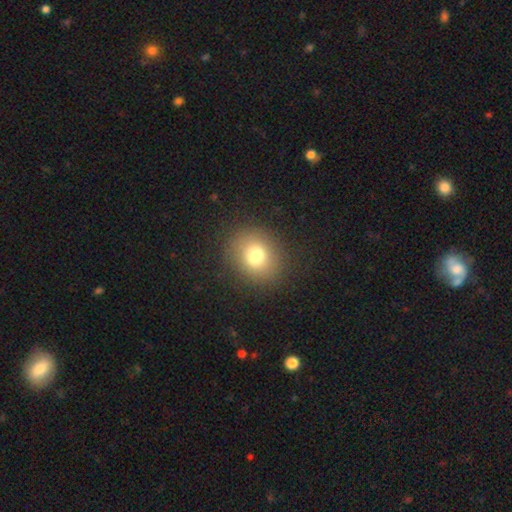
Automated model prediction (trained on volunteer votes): This appears to be a smooth galaxy with no disk features (75%) that is round (75%). Merging: none (87%).